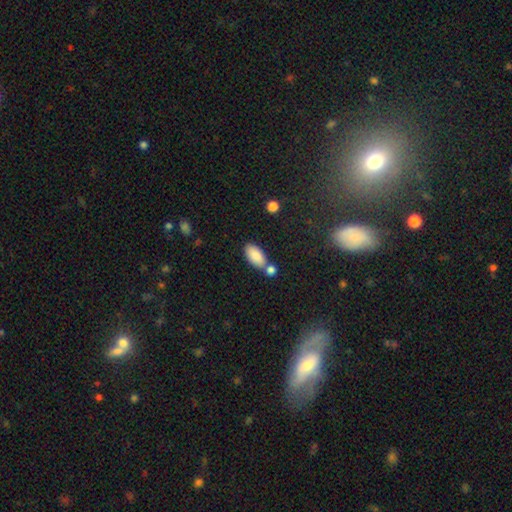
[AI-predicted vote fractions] Smooth or featured? smooth (87%)
How rounded? in between (93%)
Merging? none (59%)